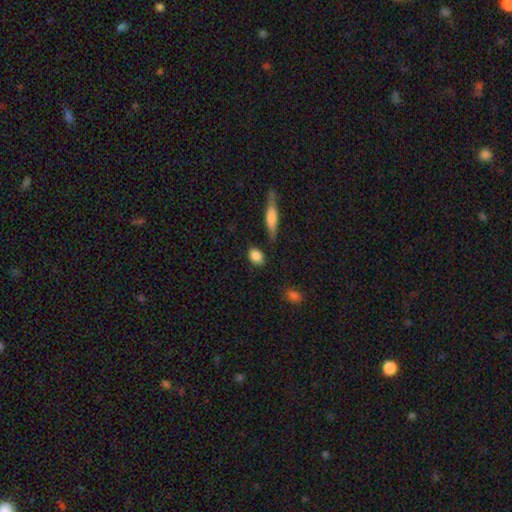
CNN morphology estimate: A smooth galaxy with no disk features (86%) that is in between round and cigar-shaped (68%). Merging: none (77%).